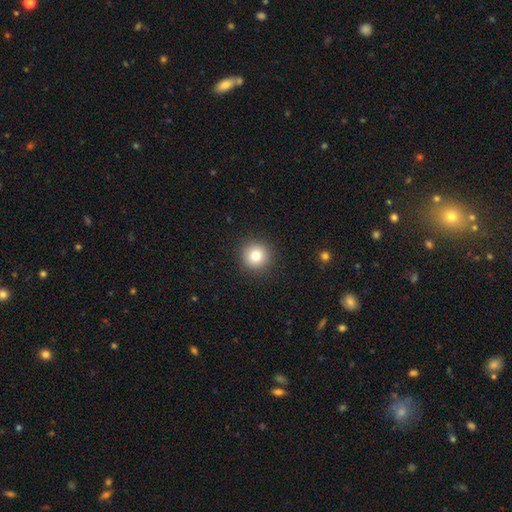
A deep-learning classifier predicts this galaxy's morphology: Q: Smooth or featured?
A: smooth (82%); runner-up: star or artifact (11%)
Q: How rounded?
A: round (94%); runner-up: in between (5%)
Q: Merging?
A: none (91%); runner-up: minor disturbance (6%)